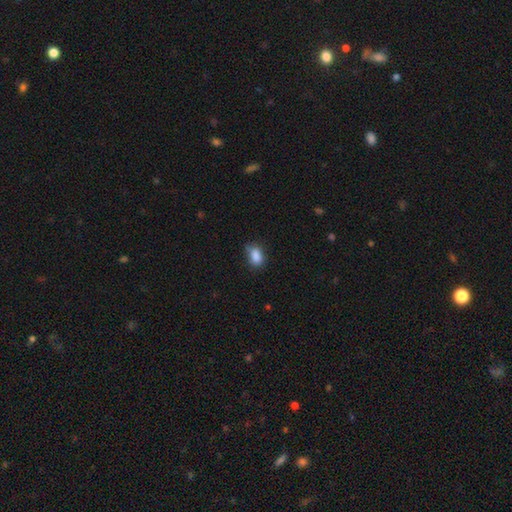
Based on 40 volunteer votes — smooth_or_featured: smooth (p=0.80) [alt: star or artifact p=0.12]
how_rounded: in between (p=0.91) [alt: round p=0.09]
merging: none (p=0.57) [alt: minor disturbance p=0.31]